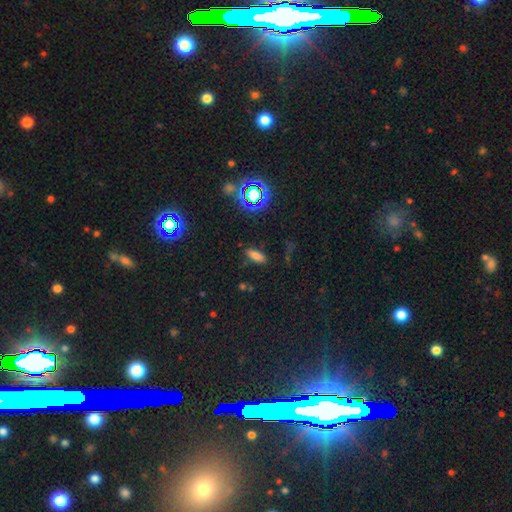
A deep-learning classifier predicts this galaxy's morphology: smooth-or-featured: smooth: 71% | star or artifact: 20% | featured or disk: 9%
  how-rounded: in between: 76% | cigar-shaped: 20% | round: 4%
  merging: none: 84% | minor disturbance: 10% | major disturbance: 3% | merger: 2%